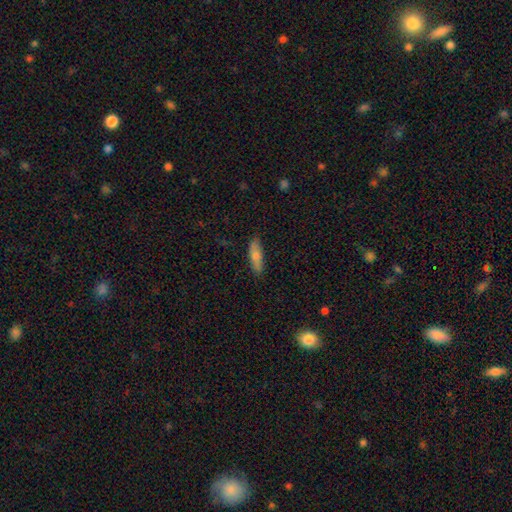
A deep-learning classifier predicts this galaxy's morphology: Q: Smooth or featured?
A: smooth (74%); runner-up: featured or disk (20%)
Q: How rounded?
A: cigar-shaped (50%); runner-up: in between (48%)
Q: Merging?
A: none (84%); runner-up: minor disturbance (12%)